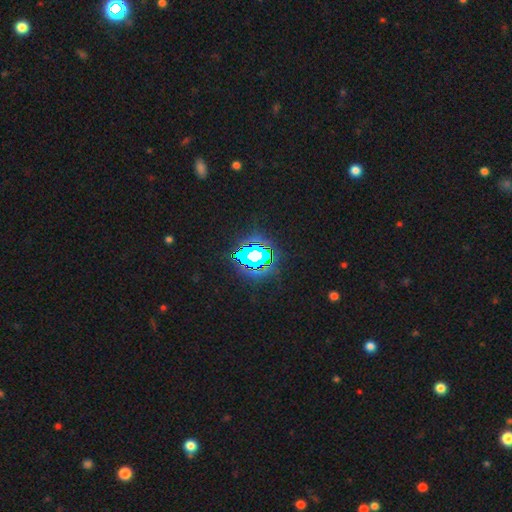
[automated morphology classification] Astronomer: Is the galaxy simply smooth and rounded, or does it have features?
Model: star or artifact — 66%.